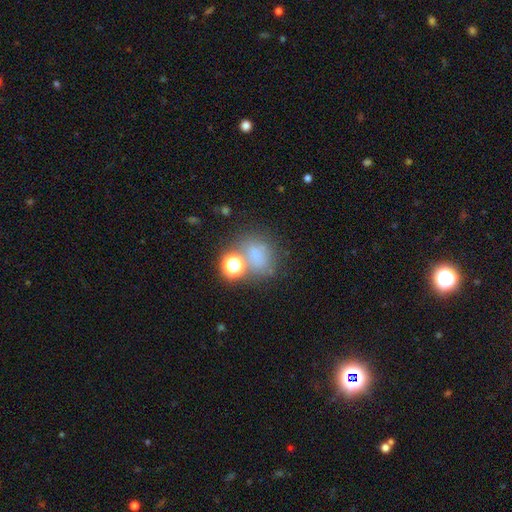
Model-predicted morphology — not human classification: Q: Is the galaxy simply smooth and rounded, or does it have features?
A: smooth — 60%.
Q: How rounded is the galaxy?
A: round — 57%.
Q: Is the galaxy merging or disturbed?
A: none — 50%.